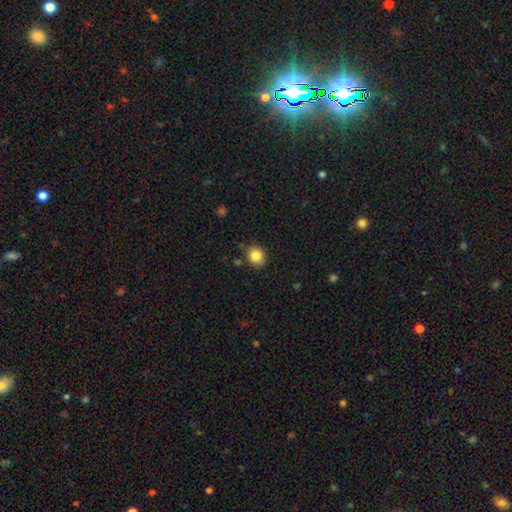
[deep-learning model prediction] A smooth galaxy with no disk features (84%) that is round (71%). Merging: none (82%).